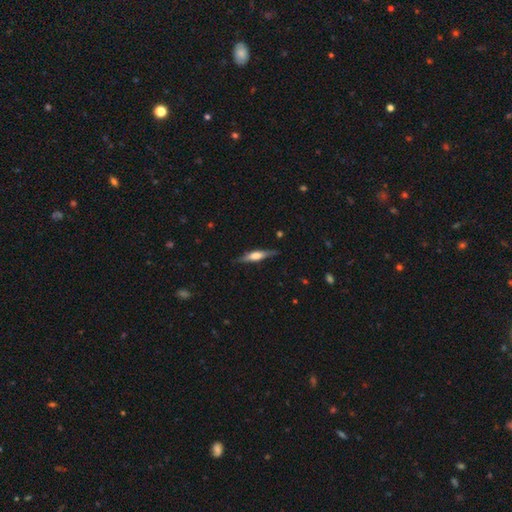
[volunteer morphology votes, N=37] Smooth or featured?
  - featured or disk: 70% *
  - smooth: 30%
  - star or artifact: 0%
Edge-on disk?
  - yes: 100% *
  - no: 0%
Edge-on bulge?
  - rounded: 65% *
  - boxy: 31%
  - none: 4%
Merging?
  - none: 89% *
  - minor disturbance: 11%
  - major disturbance: 0%
  - merger: 0%